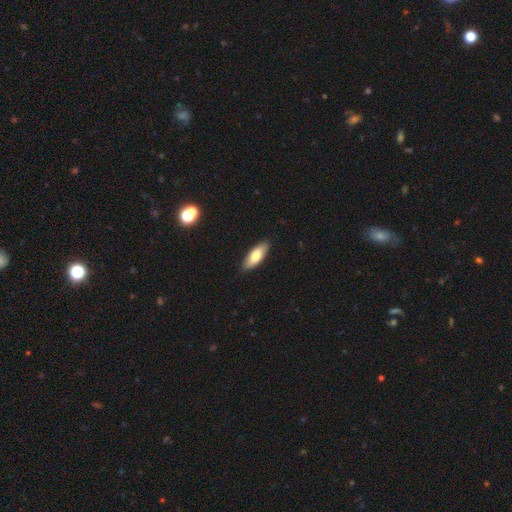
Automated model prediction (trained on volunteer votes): The model was most divided on "how rounded": in between: 71%, cigar-shaped: 27%, round: 2%. More confident: merging — none (88%); smooth or featured — smooth (75%).